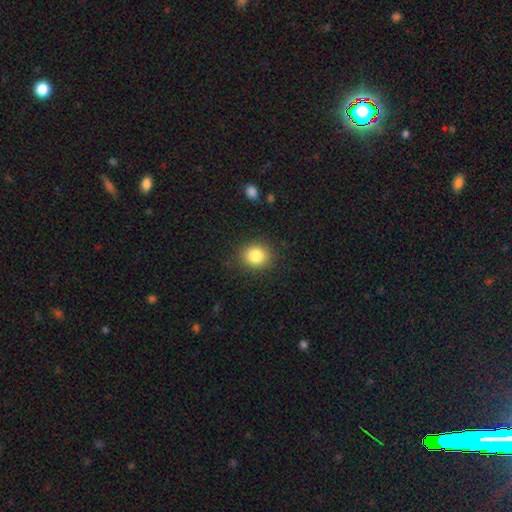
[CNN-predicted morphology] A smooth galaxy with no disk features (84%) that is round (75%). Merging: none (88%).